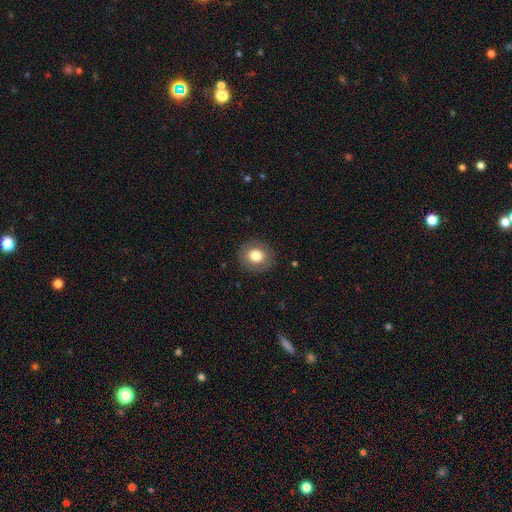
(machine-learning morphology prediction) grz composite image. It shows a smooth galaxy with no disk features (78%) that is round (76%). Merging: none (88%).